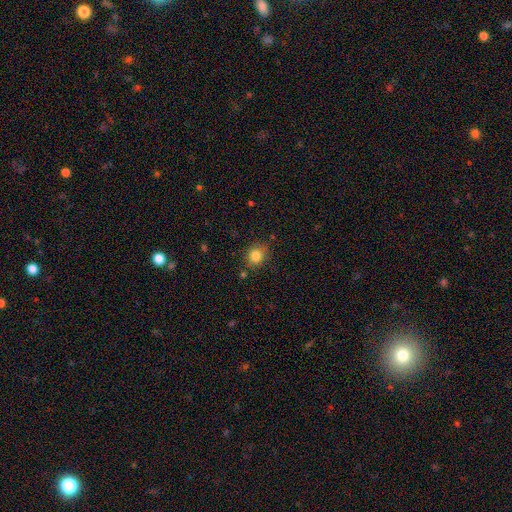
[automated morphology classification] Smooth or featured: smooth — 83% (star or artifact — 11%)
How rounded: round — 72% (in between — 27%)
Merging: none — 79% (minor disturbance — 15%)